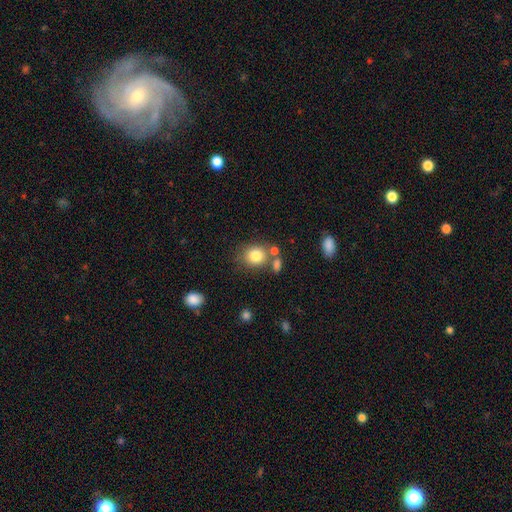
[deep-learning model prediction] Smooth or featured: smooth — 82% (star or artifact — 10%)
How rounded: round — 75% (in between — 24%)
Merging: none — 65% (merger — 17%)